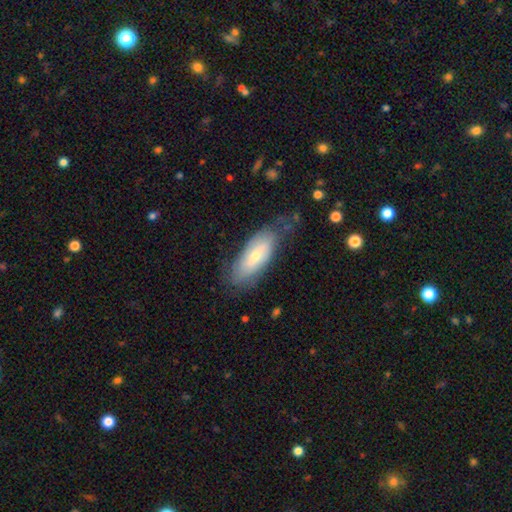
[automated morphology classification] Smooth or featured?
  - smooth: 52% *
  - featured or disk: 41%
  - star or artifact: 7%
How rounded?
  - in between: 78% *
  - cigar-shaped: 19%
  - round: 2%
Merging?
  - none: 65% *
  - minor disturbance: 25%
  - major disturbance: 9%
  - merger: 2%